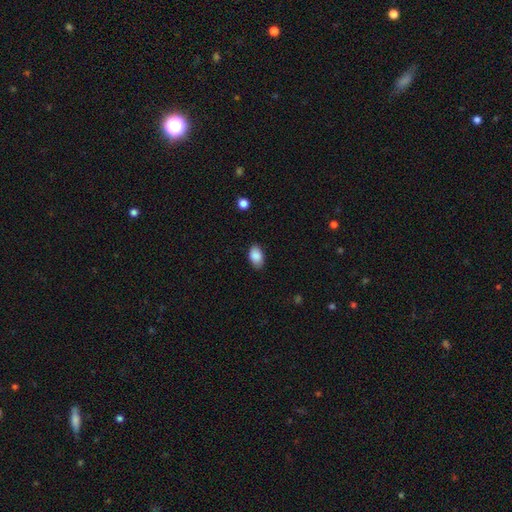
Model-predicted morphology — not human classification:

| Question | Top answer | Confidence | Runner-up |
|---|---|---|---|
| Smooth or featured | smooth | 89% | star or artifact (7%) |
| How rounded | in between | 92% | round (7%) |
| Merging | none | 84% | minor disturbance (13%) |